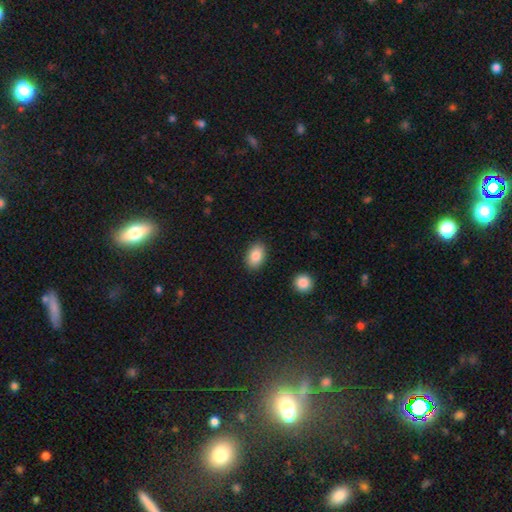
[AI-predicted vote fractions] A smooth galaxy with no disk features (86%) that is in between round and cigar-shaped (88%). Merging: none (88%).